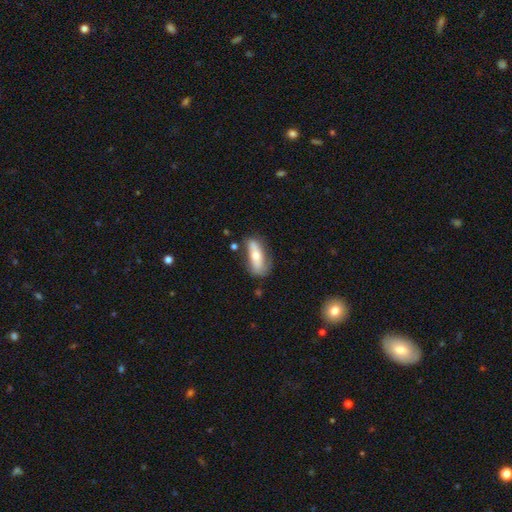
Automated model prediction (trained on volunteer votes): Smooth or featured: smooth — 57% (featured or disk — 37%)
How rounded: in between — 62% (cigar-shaped — 35%)
Merging: none — 62% (minor disturbance — 24%)